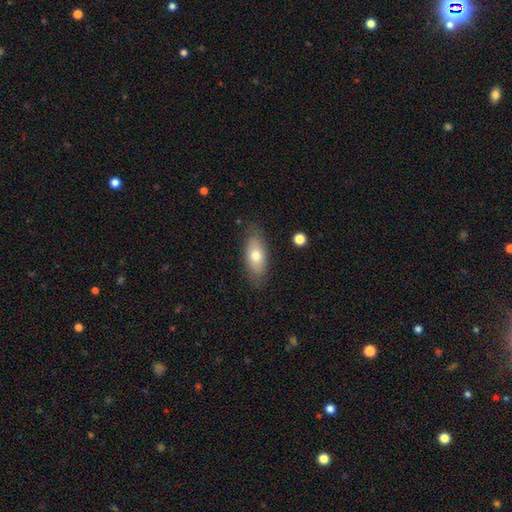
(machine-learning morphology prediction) The model was most divided on "smooth or featured": smooth: 71%, featured or disk: 22%, star or artifact: 7%. More confident: merging — none (82%); how rounded — in between (82%).